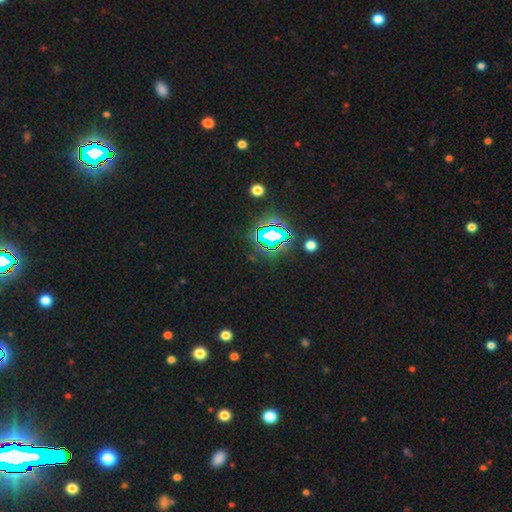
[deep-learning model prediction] Morphology: type=star or artifact (83%).